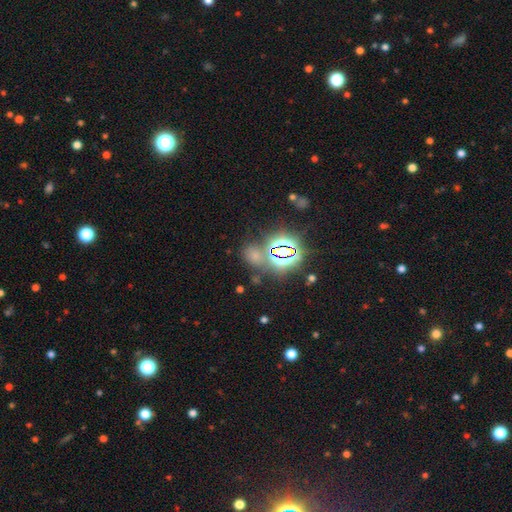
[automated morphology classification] This appears to be a star or artifact, not a galaxy (54%).